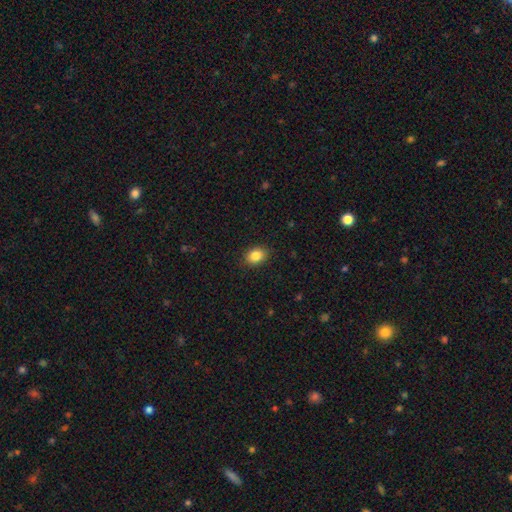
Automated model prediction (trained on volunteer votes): The model was most divided on "how rounded": in between: 65%, round: 34%, cigar-shaped: 1%. More confident: merging — none (88%); smooth or featured — smooth (86%).